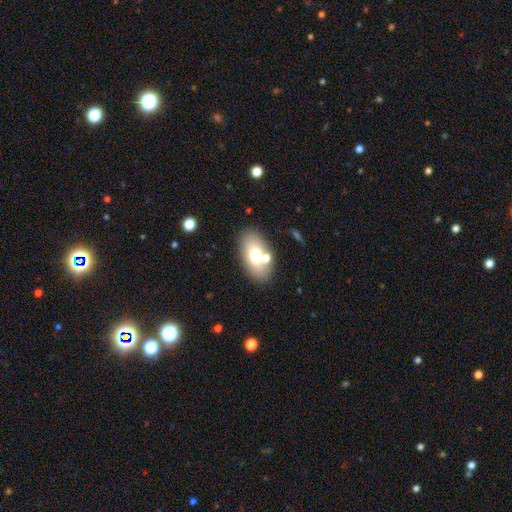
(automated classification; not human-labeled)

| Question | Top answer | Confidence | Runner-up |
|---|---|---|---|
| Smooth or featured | smooth | 68% | featured or disk (23%) |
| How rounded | in between | 90% | round (8%) |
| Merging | none | 73% | merger (13%) |